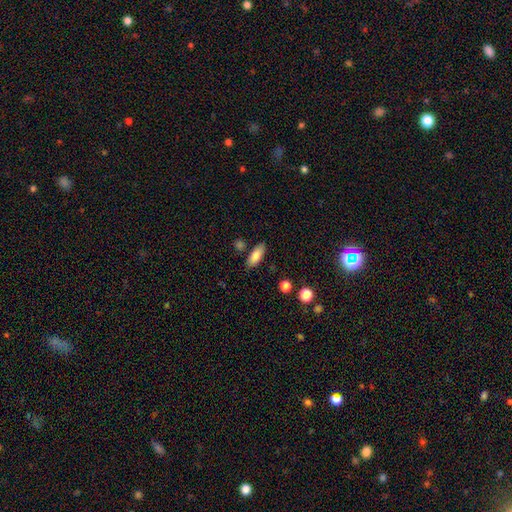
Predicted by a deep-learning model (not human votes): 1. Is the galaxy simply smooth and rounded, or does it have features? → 83% smooth, 9% featured or disk, 7% star or artifact.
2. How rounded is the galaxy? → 75% in between, 22% cigar-shaped, 3% round.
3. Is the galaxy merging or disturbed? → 81% none, 11% minor disturbance, 5% merger, 3% major disturbance.